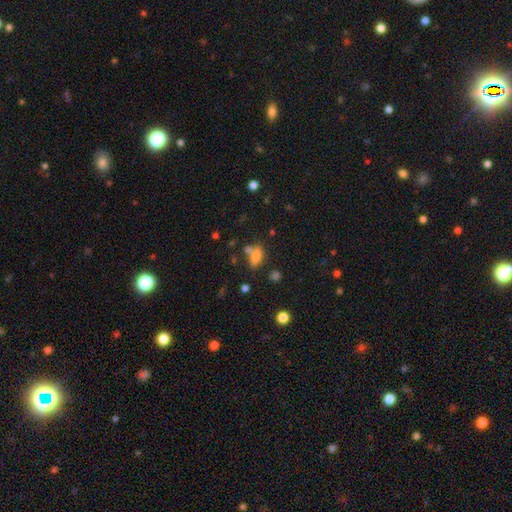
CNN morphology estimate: This appears to be a smooth galaxy with no disk features (73%) that is in between round and cigar-shaped (80%). Merging: none (51%).